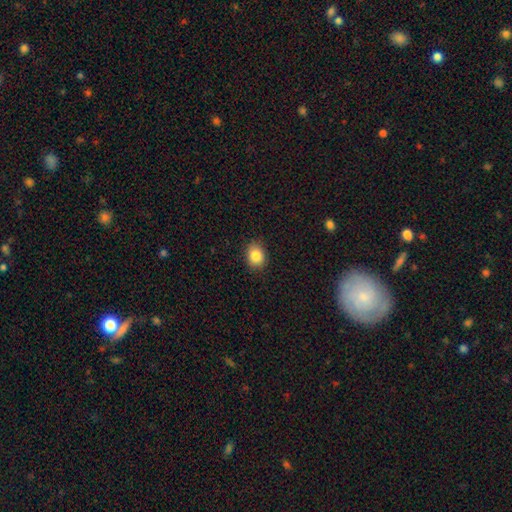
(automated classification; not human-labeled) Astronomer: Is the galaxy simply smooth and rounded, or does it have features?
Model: smooth — 85%.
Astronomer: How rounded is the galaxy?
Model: in between — 50% (runner-up: round, 49%).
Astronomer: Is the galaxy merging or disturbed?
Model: none — 87%.